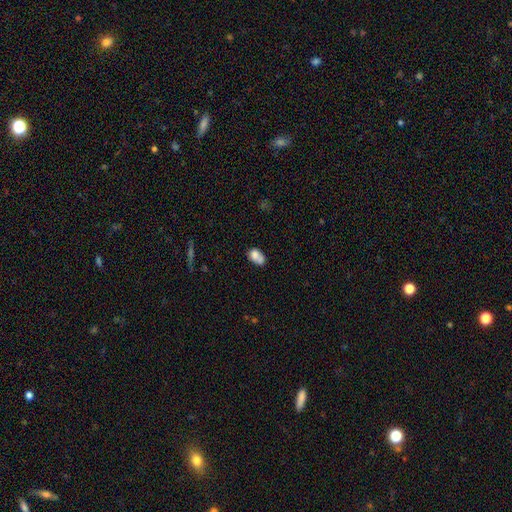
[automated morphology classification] This appears to be a smooth galaxy with no disk features (72%) that is in between round and cigar-shaped (81%). Merging: none (36%).